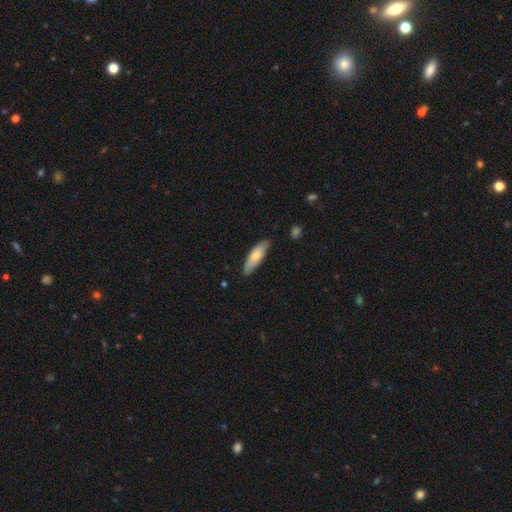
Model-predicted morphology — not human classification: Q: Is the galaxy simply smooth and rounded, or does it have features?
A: smooth — 72%.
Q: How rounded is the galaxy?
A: in between — 51%.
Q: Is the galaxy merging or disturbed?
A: none — 80%.